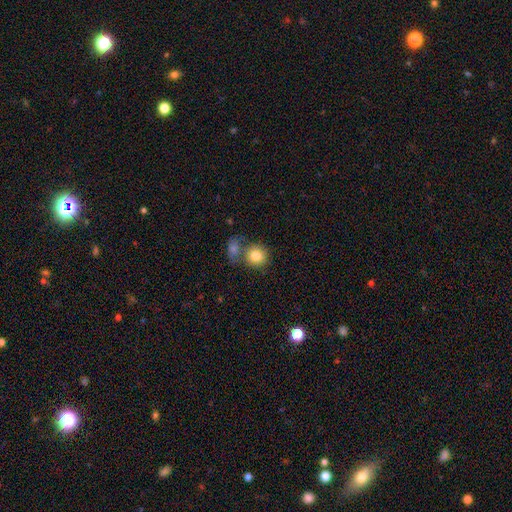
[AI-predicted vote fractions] smooth 83%, featured or disk 8%, star or artifact 8%. Down the decision tree: how rounded — round (86%); merging — none (54%).